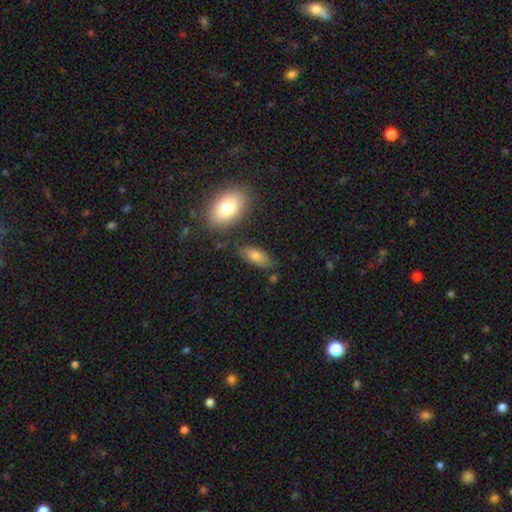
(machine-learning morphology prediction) smooth_or_featured: smooth (p=0.75) [alt: featured or disk p=0.16]
how_rounded: in between (p=0.87) [alt: cigar-shaped p=0.09]
merging: none (p=0.74) [alt: minor disturbance p=0.16]